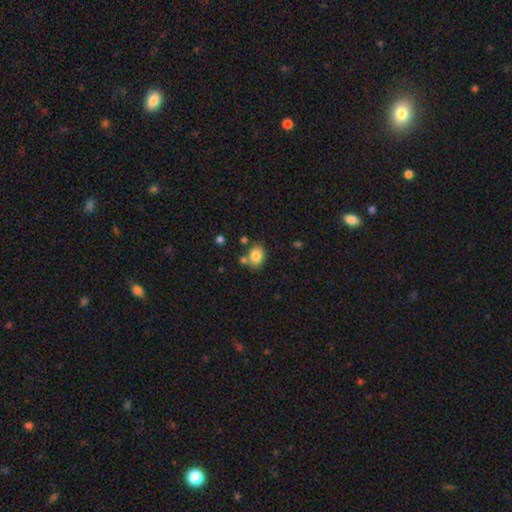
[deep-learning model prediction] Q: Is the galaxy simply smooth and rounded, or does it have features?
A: smooth — 83%.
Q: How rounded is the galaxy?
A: in between — 63%.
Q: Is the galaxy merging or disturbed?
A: none — 71%.